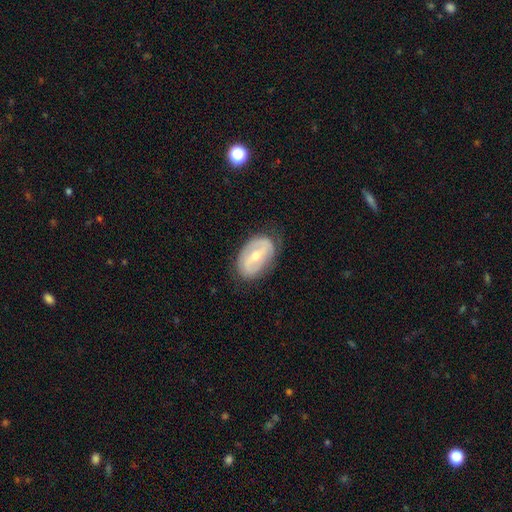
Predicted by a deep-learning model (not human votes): Overall: featured or disk (69%). Edge-on disk: no (94%). Bar: strong (42%; weak 39%). Spiral arms: yes (63%; no 37%). Bulge size: moderate (56%; small 39%). Merging: none (76%).